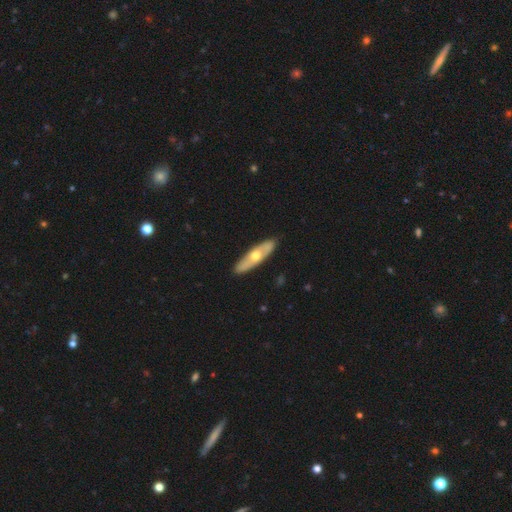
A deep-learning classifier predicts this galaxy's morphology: featured or disk 52%, smooth 44%, star or artifact 5%. Down the decision tree: edge-on disk — yes (54%); merging — none (89%).